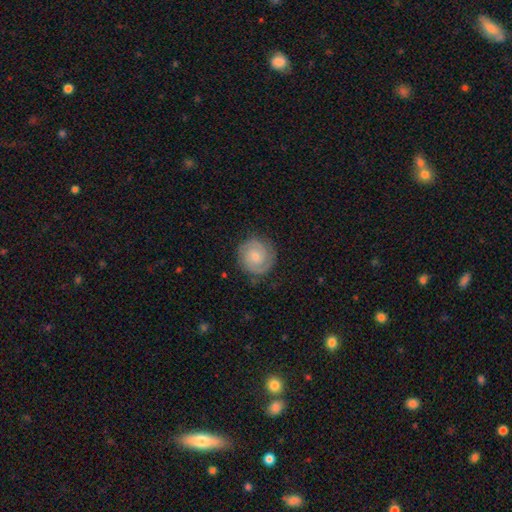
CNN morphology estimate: Smooth or featured? Predicted: featured or disk (p=0.73). Edge-on disk? Predicted: no (p=0.98). Bar? Predicted: no (p=0.70). Spiral arms? Predicted: yes (p=0.94). Spiral winding? Predicted: tight (p=0.71). Spiral arm count? Predicted: 2 (p=0.75). Bulge size? Predicted: small (p=0.55). Merging? Predicted: none (p=0.84).